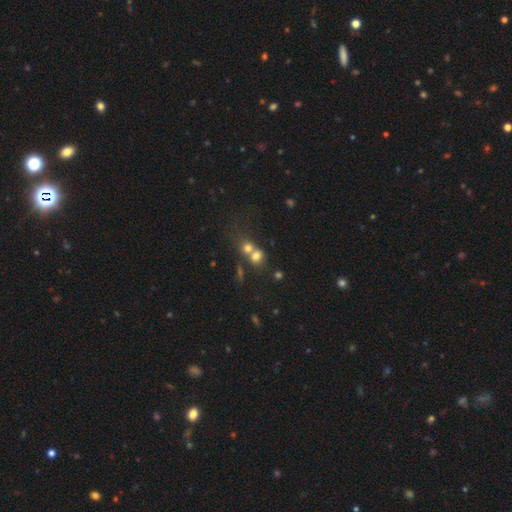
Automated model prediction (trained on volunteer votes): This is likely a smooth galaxy (71%). How rounded: likely round (72%). Merging: likely merger (61%).